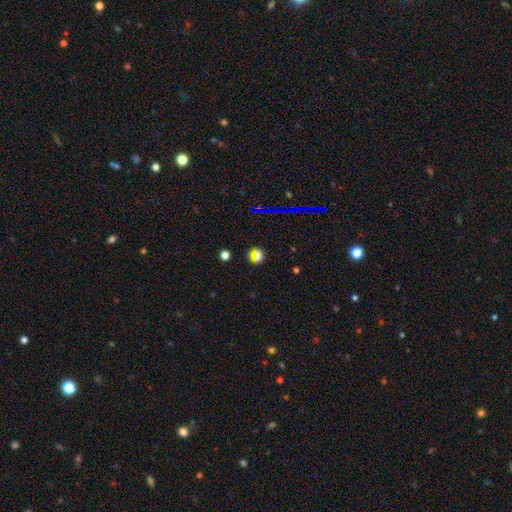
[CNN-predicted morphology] The model was most divided on "smooth or featured": smooth: 59%, star or artifact: 24%, featured or disk: 17%. More confident: how rounded — round (73%); merging — none (70%).